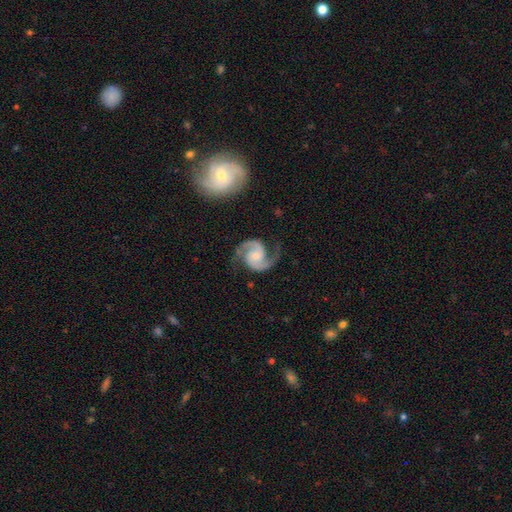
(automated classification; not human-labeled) smooth-or-featured: featured or disk: 93% | star or artifact: 4% | smooth: 3%
  disk-edge-on: no: 98% | yes: 2%
    bar: no: 60% | weak: 32% | strong: 8%
    has-spiral-arms: yes: 99% | no: 1%
      spiral-winding: medium: 62% | tight: 21% | loose: 17%
      spiral-arm-count: 2: 94% | 3: 1% | can't tell: 1% | 1: 1% | 4: 1% | more than 4: 1%
    bulge-size: moderate: 40% | small: 37% | none: 15% | large: 6% | dominant: 2%
  merging: none: 78% | minor disturbance: 14% | major disturbance: 6% | merger: 2%